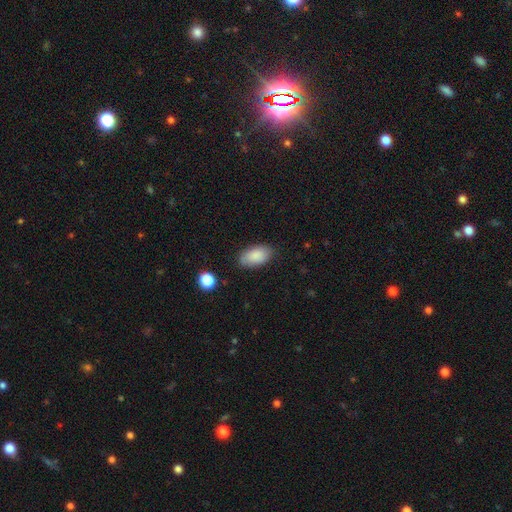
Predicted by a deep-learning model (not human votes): This is clearly a smooth galaxy (87%). How rounded: clearly in between (94%). Merging: clearly none (82%).